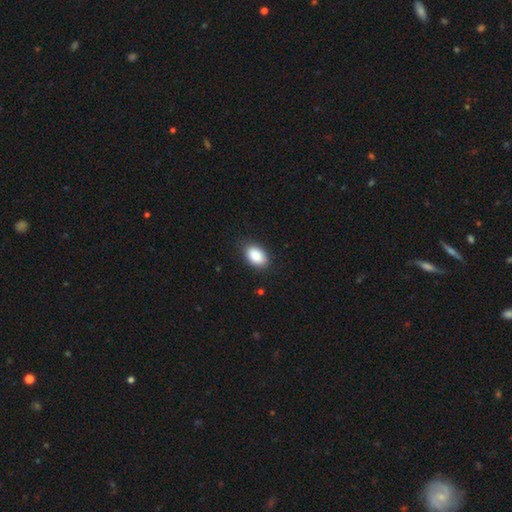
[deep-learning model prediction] smooth-or-featured: smooth: 89% | star or artifact: 7% | featured or disk: 5%
  how-rounded: in between: 90% | round: 9% | cigar-shaped: 1%
  merging: none: 84% | minor disturbance: 12% | major disturbance: 3% | merger: 1%